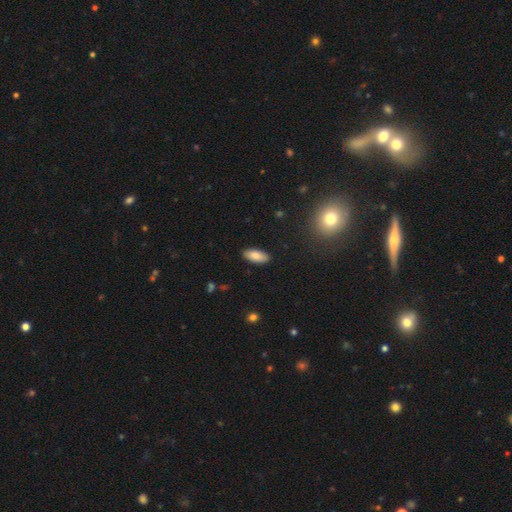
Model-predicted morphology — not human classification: This appears to be a smooth galaxy with no disk features (85%) that is in between round and cigar-shaped (88%). Merging: none (89%).